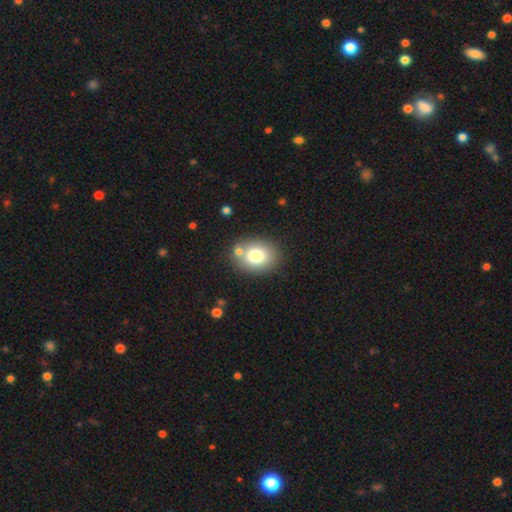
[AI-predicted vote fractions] Smooth or featured? smooth (78%)
How rounded? in between (53%)
Merging? none (75%)